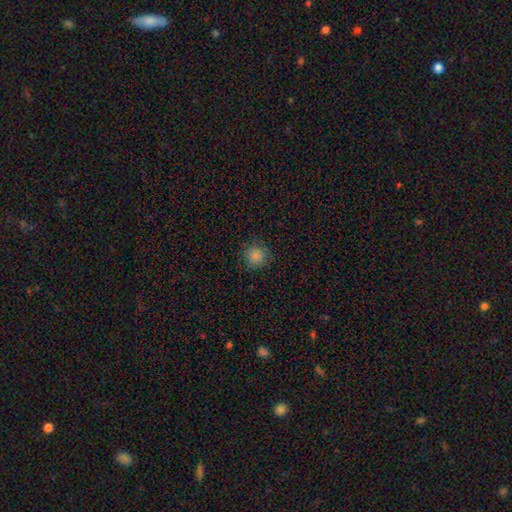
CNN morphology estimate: smooth 84%, star or artifact 11%, featured or disk 4%. Down the decision tree: how rounded — round (91%); merging — none (86%).